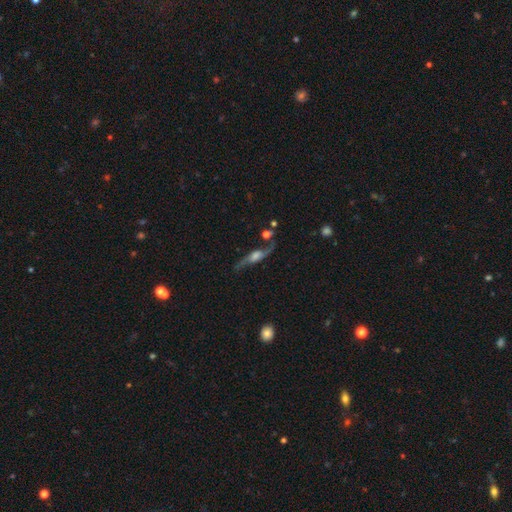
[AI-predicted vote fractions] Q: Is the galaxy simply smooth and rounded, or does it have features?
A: featured or disk — 80%.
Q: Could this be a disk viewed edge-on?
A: no — 61%.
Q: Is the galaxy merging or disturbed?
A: none — 68%.